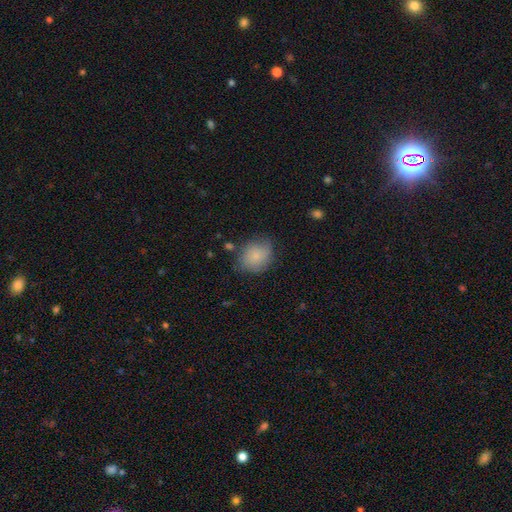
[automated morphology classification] A smooth galaxy with no disk features (81%) that is round (56%). Merging: none (66%).